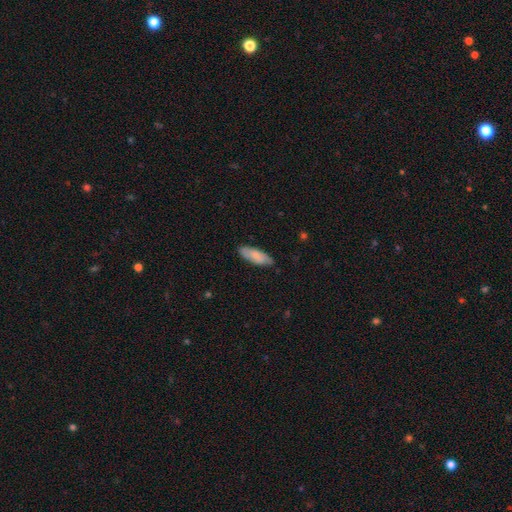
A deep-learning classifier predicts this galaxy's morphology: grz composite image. It shows a smooth galaxy with no disk features (77%) that is in between round and cigar-shaped (70%). Merging: none (78%).